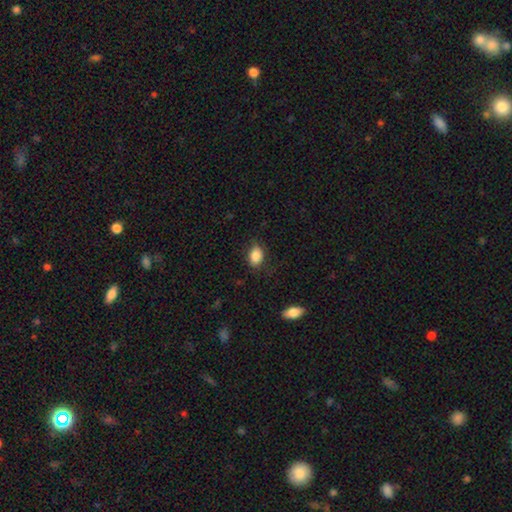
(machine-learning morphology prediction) This is clearly a smooth galaxy (86%). How rounded: clearly in between (84%). Merging: likely none (76%).